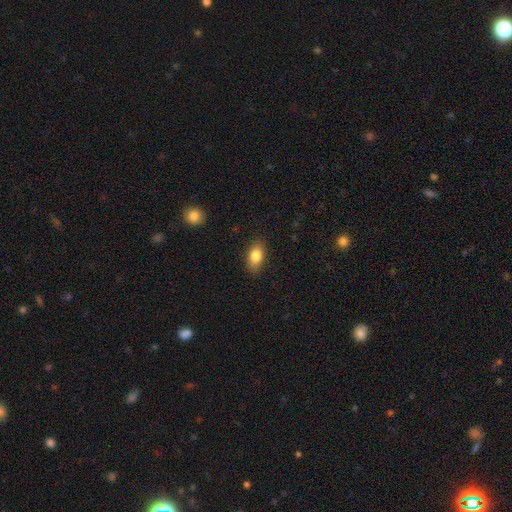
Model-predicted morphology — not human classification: Smooth or featured?
  - smooth: 84% *
  - featured or disk: 9%
  - star or artifact: 8%
How rounded?
  - in between: 87% *
  - round: 9%
  - cigar-shaped: 3%
Merging?
  - none: 84% *
  - minor disturbance: 12%
  - major disturbance: 3%
  - merger: 1%